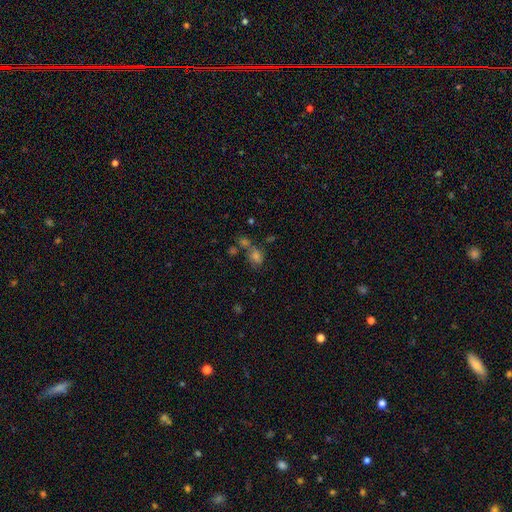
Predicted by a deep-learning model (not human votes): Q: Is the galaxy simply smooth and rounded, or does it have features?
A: smooth — 52%.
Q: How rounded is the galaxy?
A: in between — 60%.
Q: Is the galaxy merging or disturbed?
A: none — 44%.